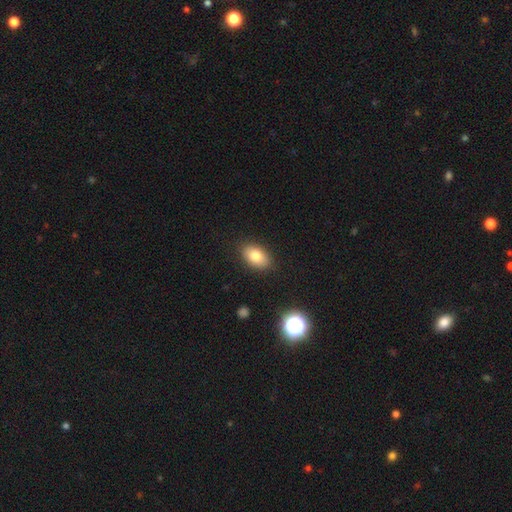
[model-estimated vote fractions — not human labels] A smooth galaxy with no disk features (80%) that is in between round and cigar-shaped (89%). Merging: none (87%).